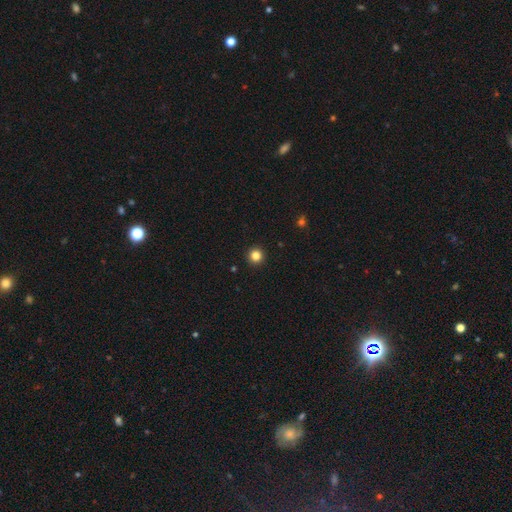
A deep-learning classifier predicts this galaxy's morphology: Smooth or featured?
  - smooth: 83% *
  - star or artifact: 13%
  - featured or disk: 4%
How rounded?
  - round: 96% *
  - in between: 3%
  - cigar-shaped: 1%
Merging?
  - none: 94% *
  - minor disturbance: 4%
  - major disturbance: 1%
  - merger: 1%